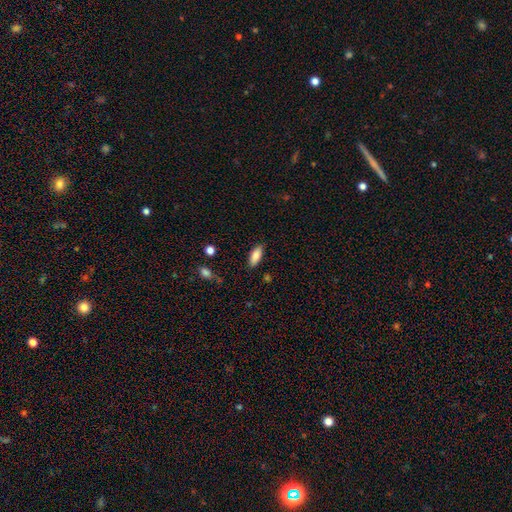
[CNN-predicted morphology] Overall: smooth (85%). How rounded: in between (81%). Merging: none (84%).